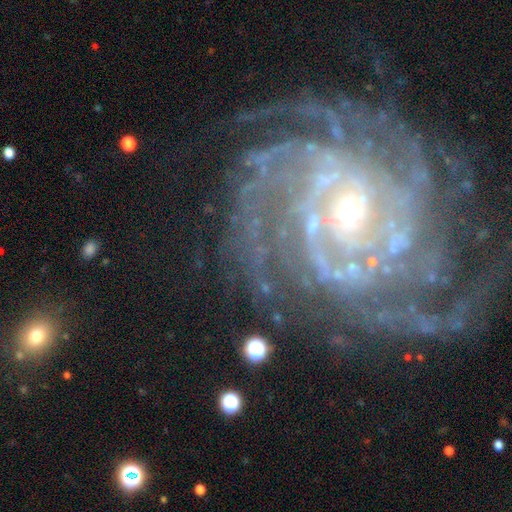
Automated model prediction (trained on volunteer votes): Overall: featured or disk (88%). Edge-on disk: no (97%). Bar: no (61%; weak 26%). Spiral arms: yes (97%). Spiral arm count: can't tell (23%; 4 19%). Spiral winding: tight (67%). Bulge size: small (68%). Merging: none (70%).